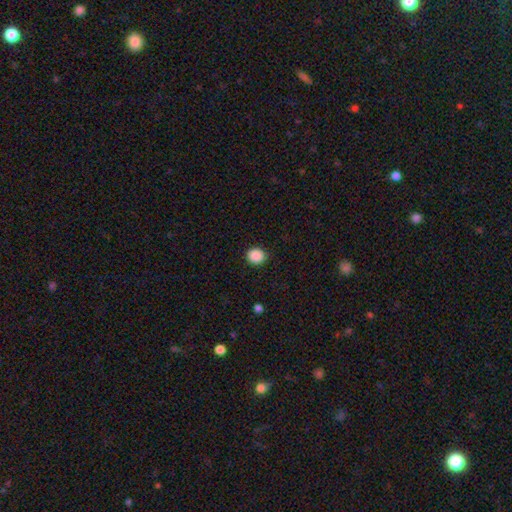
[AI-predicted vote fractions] Smooth or featured?
  - smooth: 89% *
  - star or artifact: 9%
  - featured or disk: 2%
How rounded?
  - round: 83% *
  - in between: 16%
  - cigar-shaped: 1%
Merging?
  - none: 91% *
  - minor disturbance: 6%
  - major disturbance: 2%
  - merger: 1%